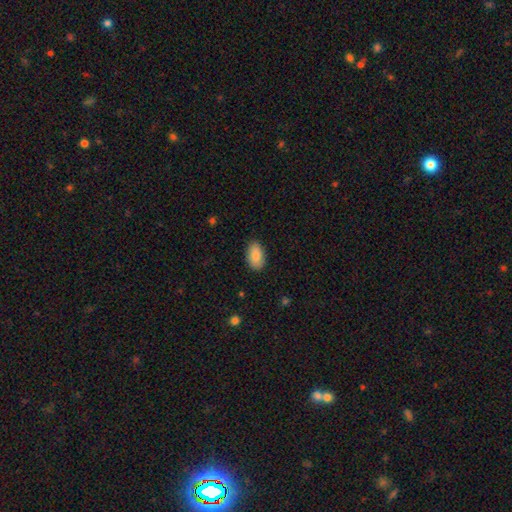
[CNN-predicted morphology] This appears to be a smooth galaxy with no disk features (86%) that is in between round and cigar-shaped (93%). Merging: none (86%).